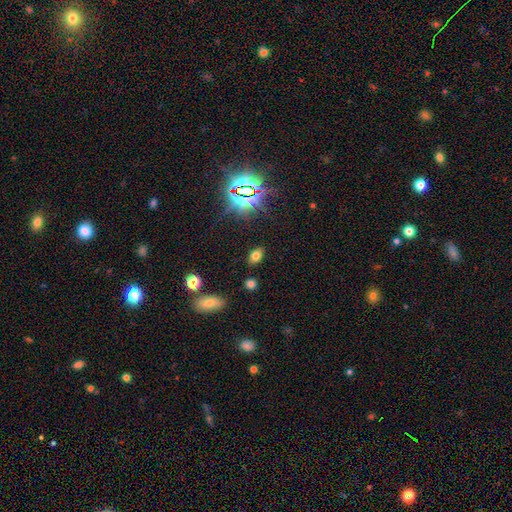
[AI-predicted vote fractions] Smooth or featured: smooth — 66% (star or artifact — 24%)
How rounded: in between — 86% (round — 12%)
Merging: none — 86% (minor disturbance — 9%)